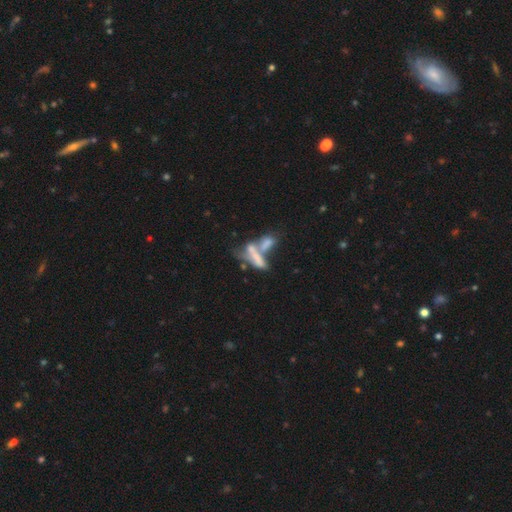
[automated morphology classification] Smooth or featured? Predicted: smooth (p=0.50). How rounded? Predicted: in between (p=0.51). Merging? Predicted: merger (p=0.65).